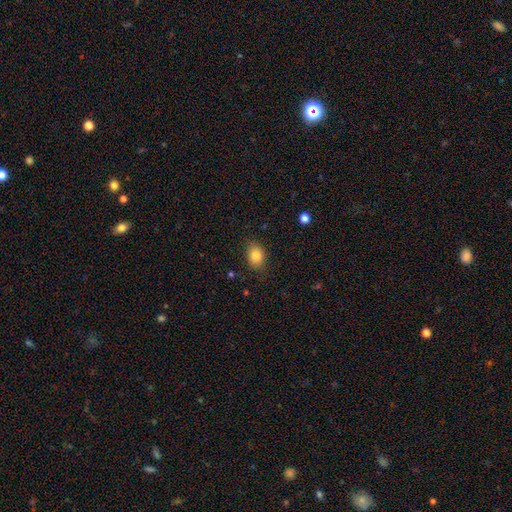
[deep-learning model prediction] Smooth or featured? Predicted: smooth (p=0.84). How rounded? Predicted: in between (p=0.71). Merging? Predicted: none (p=0.81).